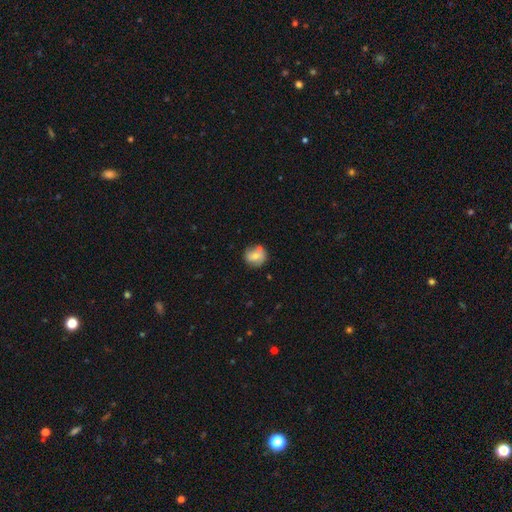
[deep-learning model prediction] Smooth or featured: smooth — 60% (featured or disk — 31%)
How rounded: round — 81% (in between — 18%)
Merging: none — 64% (minor disturbance — 18%)